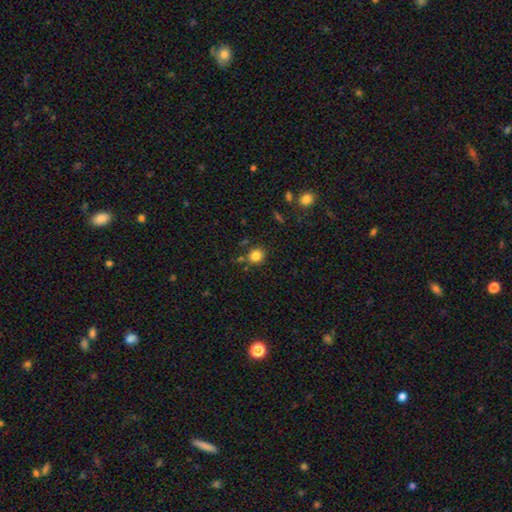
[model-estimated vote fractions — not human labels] This appears to be a smooth galaxy with no disk features (83%) that is round (83%). Merging: none (80%).